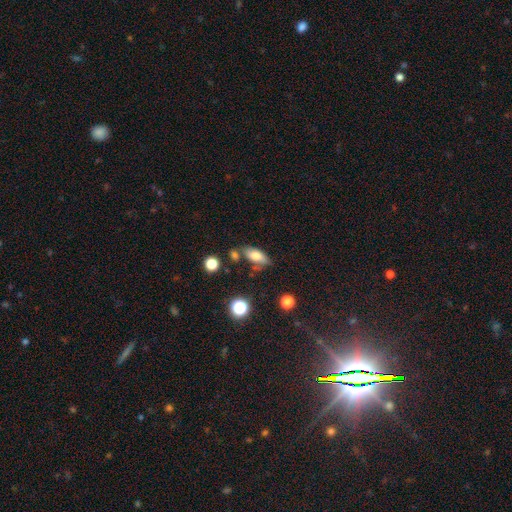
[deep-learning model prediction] smooth 75%, featured or disk 16%, star or artifact 10%. Down the decision tree: how rounded — in between (83%); merging — none (62%).